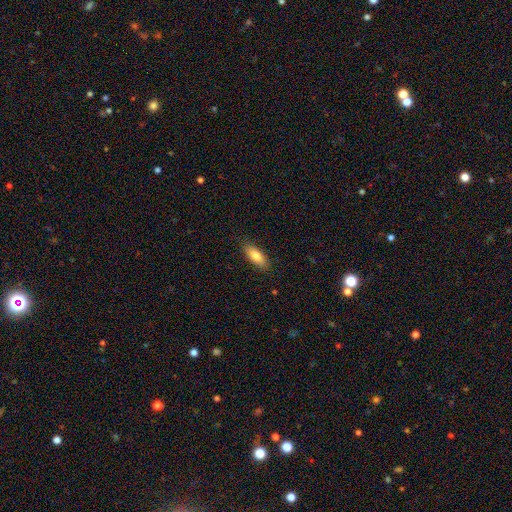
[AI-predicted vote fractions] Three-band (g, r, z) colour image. It shows a smooth galaxy with no disk features (80%) that is in between round and cigar-shaped (74%). Merging: none (85%).